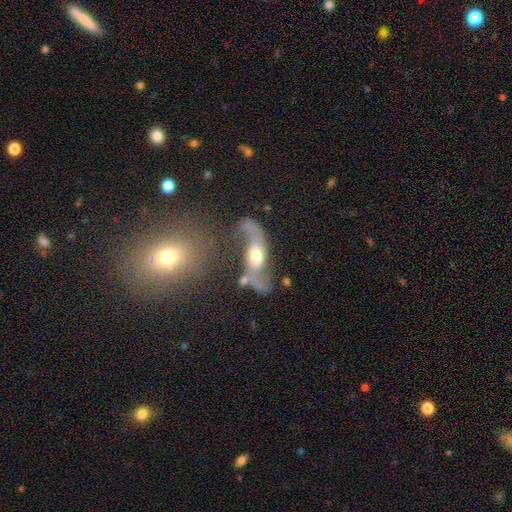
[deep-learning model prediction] A featured or disk galaxy (77%) with no bar (56%), 2 (88%) loose (82%) spiral arms (87%) and a moderate central bulge (65%).

Vote fractions:
- Smooth or featured? featured or disk: 77% / smooth: 16% / star or artifact: 7%
- Edge-on disk? no: 92% / yes: 8%
- Bar? no: 56% / weak: 29% / strong: 14%
- Spiral arms? yes: 87% / no: 13%
- Spiral winding? loose: 82% / medium: 14% / tight: 4%
- Spiral arm count? 2: 88% / 1: 6% / can't tell: 3% / 3: 1% / 4: 1% / more than 4: 1%
- Bulge size? moderate: 65% / small: 16% / large: 15% / dominant: 2% / none: 2%
- Merging? none: 38% / major disturbance: 25% / merger: 21% / minor disturbance: 16%